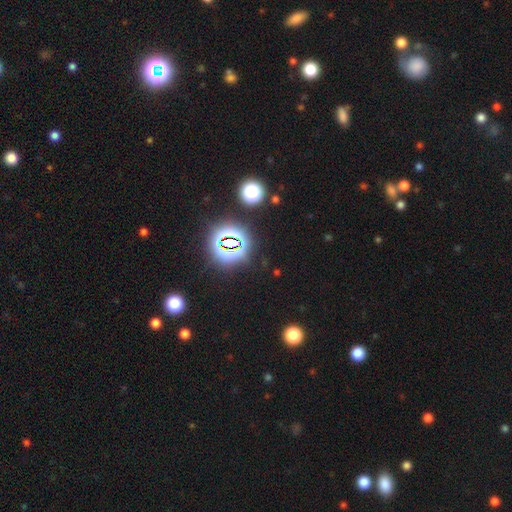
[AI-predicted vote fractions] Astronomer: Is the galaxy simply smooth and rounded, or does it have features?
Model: star or artifact — 81%.